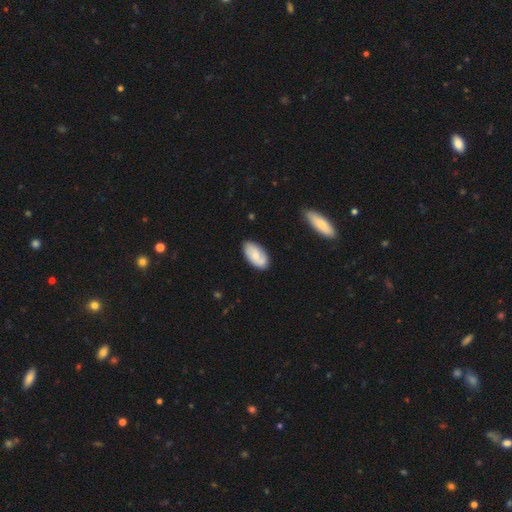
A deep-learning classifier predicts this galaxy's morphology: Smooth or featured?
  - smooth: 61% *
  - featured or disk: 33%
  - star or artifact: 6%
How rounded?
  - in between: 94% *
  - cigar-shaped: 3%
  - round: 3%
Merging?
  - none: 79% *
  - minor disturbance: 16%
  - major disturbance: 3%
  - merger: 2%